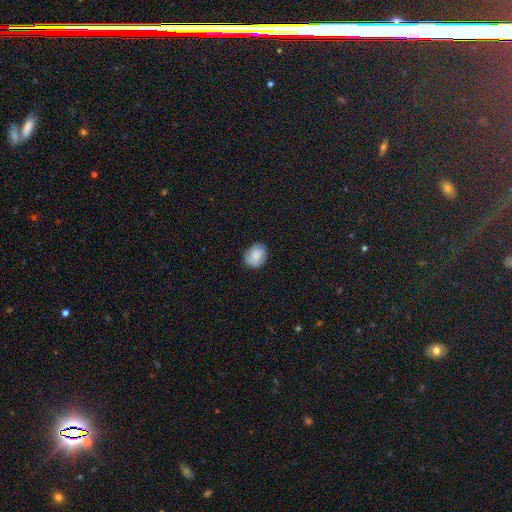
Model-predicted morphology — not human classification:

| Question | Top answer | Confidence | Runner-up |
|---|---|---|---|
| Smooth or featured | smooth | 78% | featured or disk (14%) |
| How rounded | round | 58% | in between (41%) |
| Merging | none | 79% | minor disturbance (17%) |